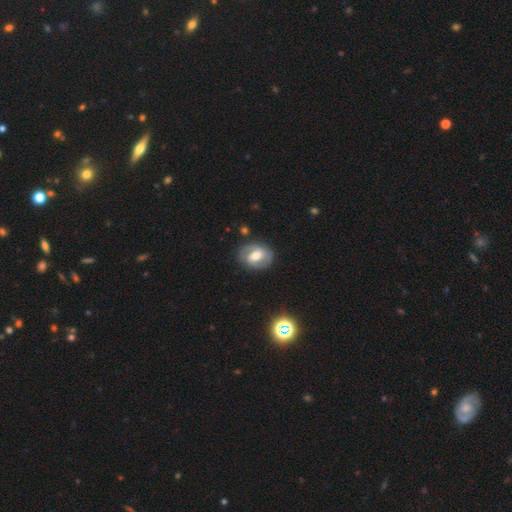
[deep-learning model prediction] A featured or disk galaxy (62%) with a weak bar (46%), spiral arms (70%) and a moderate central bulge (68%). Merging: none (80%).